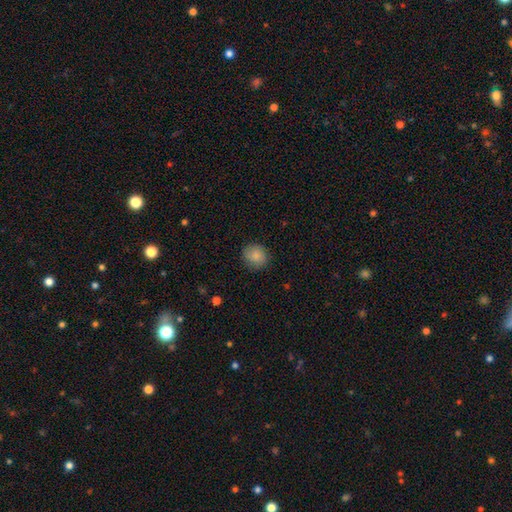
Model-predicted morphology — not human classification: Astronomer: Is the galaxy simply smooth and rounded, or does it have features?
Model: smooth — 87%.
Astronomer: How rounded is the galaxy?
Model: round — 82%.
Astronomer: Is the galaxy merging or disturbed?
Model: none — 84%.